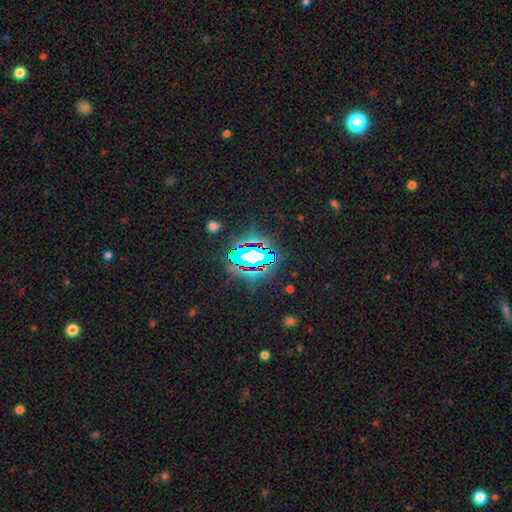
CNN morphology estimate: Smooth or featured? star or artifact (68%)